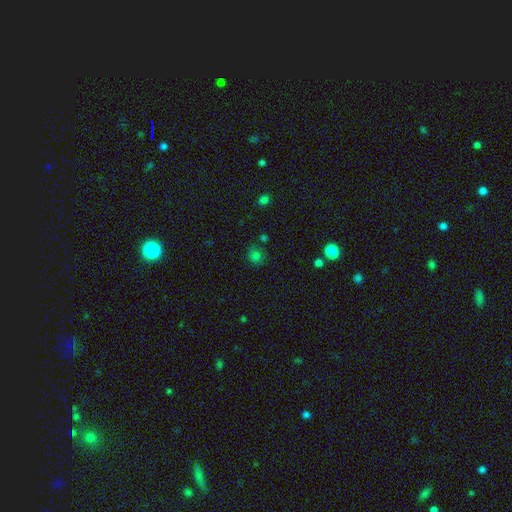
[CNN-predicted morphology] The model was most divided on "smooth or featured": smooth: 70%, star or artifact: 23%, featured or disk: 7%. More confident: how rounded — round (80%); merging — none (70%).